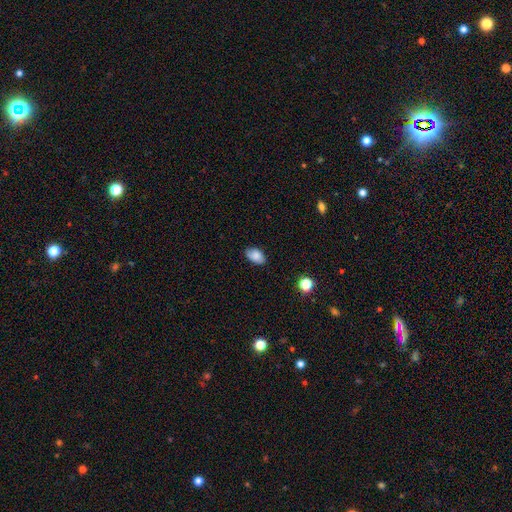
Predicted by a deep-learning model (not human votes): Smooth or featured? smooth (85%)
How rounded? in between (89%)
Merging? none (83%)